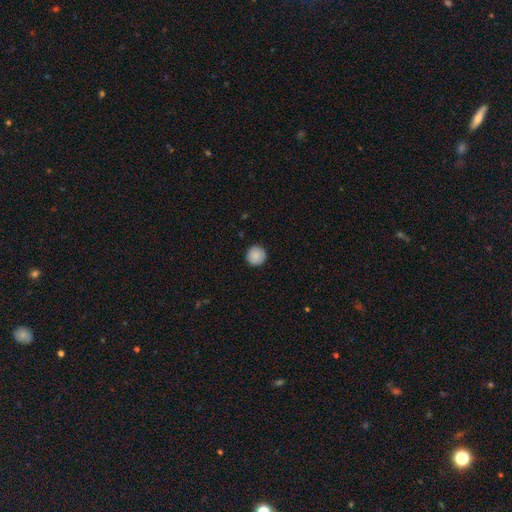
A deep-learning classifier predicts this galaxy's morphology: type=smooth (89%); roundness=round (95%); merging=none (91%).